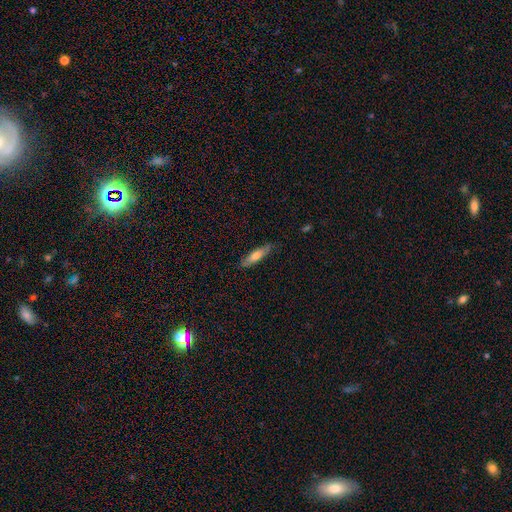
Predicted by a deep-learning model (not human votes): Smooth or featured?
  - smooth: 68% *
  - featured or disk: 26%
  - star or artifact: 6%
How rounded?
  - cigar-shaped: 73% *
  - in between: 25%
  - round: 2%
Merging?
  - none: 83% *
  - minor disturbance: 14%
  - major disturbance: 2%
  - merger: 1%